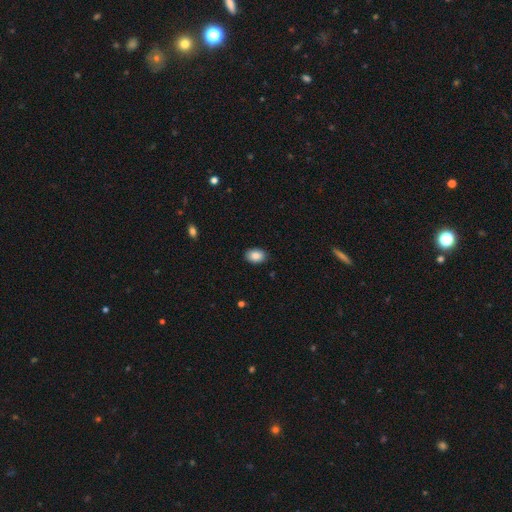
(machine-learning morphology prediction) Q: Smooth or featured?
A: smooth (88%); runner-up: star or artifact (8%)
Q: How rounded?
A: in between (81%); runner-up: round (18%)
Q: Merging?
A: none (87%); runner-up: minor disturbance (9%)